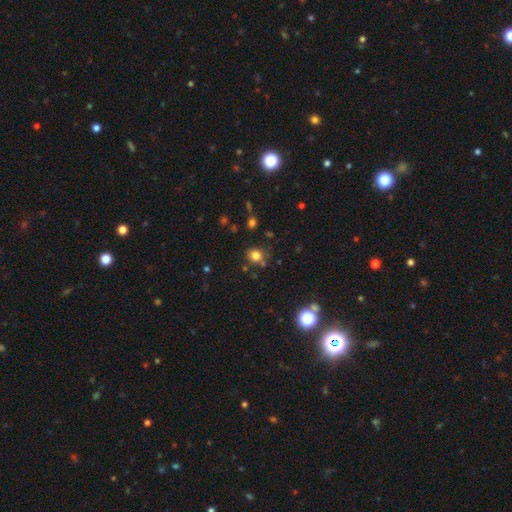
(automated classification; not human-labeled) A smooth galaxy with no disk features (78%) that is round (78%).

Vote fractions:
- Smooth or featured? smooth: 78% / star or artifact: 15% / featured or disk: 7%
- How rounded? round: 78% / in between: 21% / cigar-shaped: 1%
- Merging? none: 74% / minor disturbance: 13% / merger: 8% / major disturbance: 4%